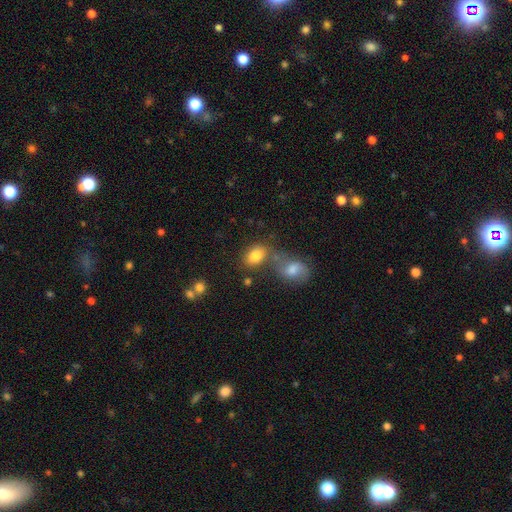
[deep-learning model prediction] Smooth or featured?
  - smooth: 81% *
  - featured or disk: 10%
  - star or artifact: 9%
How rounded?
  - in between: 77% *
  - round: 21%
  - cigar-shaped: 1%
Merging?
  - none: 50% *
  - merger: 32%
  - minor disturbance: 12%
  - major disturbance: 6%